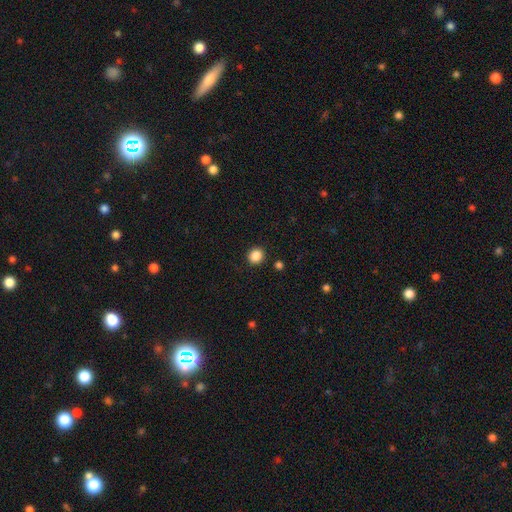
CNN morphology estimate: smooth-or-featured: smooth: 87% | star or artifact: 10% | featured or disk: 3%
  how-rounded: round: 83% | in between: 16% | cigar-shaped: 1%
  merging: none: 90% | minor disturbance: 6% | merger: 2% | major disturbance: 2%